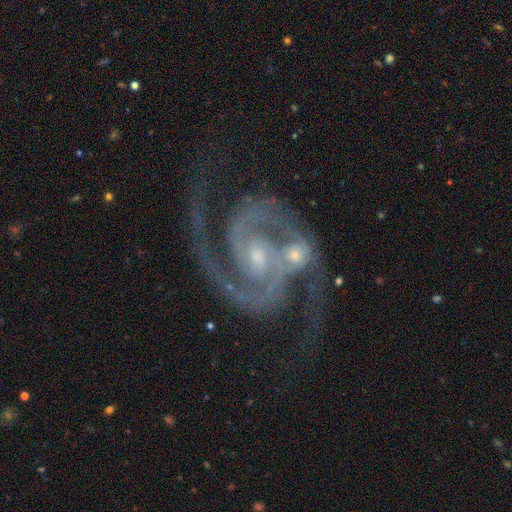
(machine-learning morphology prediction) smooth_or_featured: featured or disk (p=0.93) [alt: star or artifact p=0.04]
disk_edge_on: no (p=0.98) [alt: yes p=0.02]
bar: no (p=0.52) [alt: weak p=0.36]
has_spiral_arms: yes (p=0.98) [alt: no p=0.02]
spiral_winding: medium (p=0.52) [alt: tight p=0.37]
spiral_arm_count: 2 (p=0.88) [alt: 3 p=0.04]
bulge_size: small (p=0.55) [alt: moderate p=0.37]
merging: none (p=0.39) [alt: merger p=0.31]